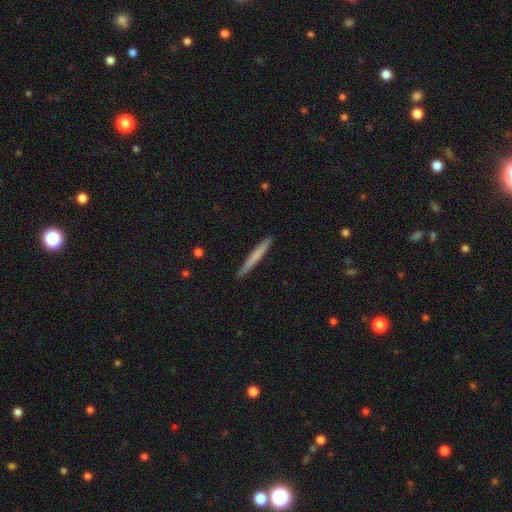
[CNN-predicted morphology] A smooth galaxy with no disk features (63%) that is cigar-shaped (97%).

Vote fractions:
- Smooth or featured? smooth: 63% / featured or disk: 31% / star or artifact: 6%
- How rounded? cigar-shaped: 97% / in between: 2% / round: 1%
- Merging? none: 91% / minor disturbance: 6% / major disturbance: 1% / merger: 1%